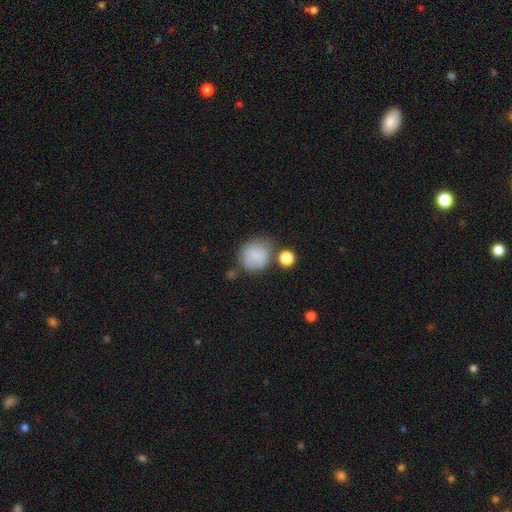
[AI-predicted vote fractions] A smooth galaxy with no disk features (79%) that is round (76%).

Vote fractions:
- Smooth or featured? smooth: 79% / featured or disk: 12% / star or artifact: 9%
- How rounded? round: 76% / in between: 23% / cigar-shaped: 1%
- Merging? none: 55% / minor disturbance: 24% / merger: 11% / major disturbance: 10%